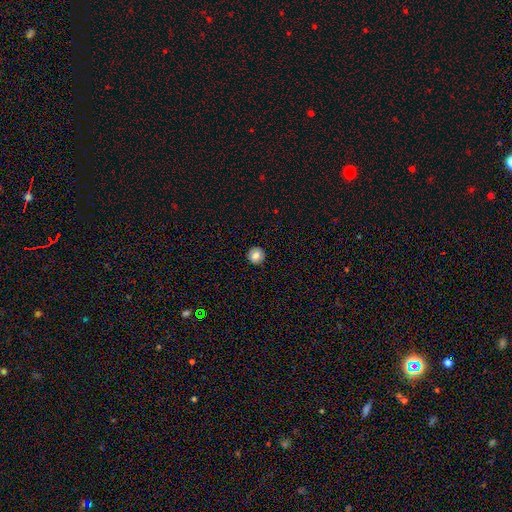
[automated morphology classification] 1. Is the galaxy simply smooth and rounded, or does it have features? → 80% smooth, 11% featured or disk, 9% star or artifact.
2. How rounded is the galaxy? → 94% round, 5% in between, 1% cigar-shaped.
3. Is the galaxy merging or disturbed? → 92% none, 5% minor disturbance, 2% major disturbance, 1% merger.